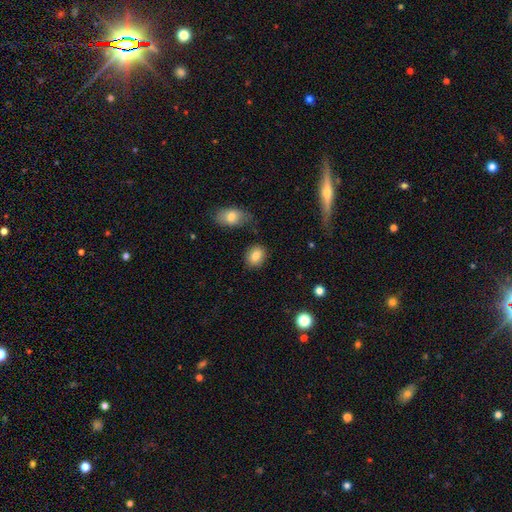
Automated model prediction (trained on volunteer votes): This is clearly a smooth galaxy (84%). How rounded: possibly round (52%). Merging: clearly none (82%).